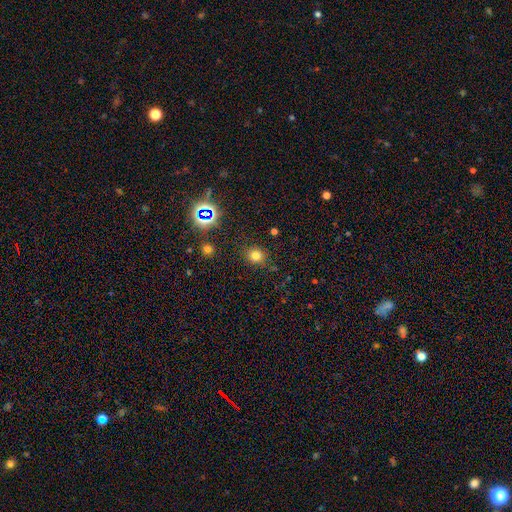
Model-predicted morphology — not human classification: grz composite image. It shows a smooth galaxy with no disk features (74%) that is round (81%). Merging: none (84%).